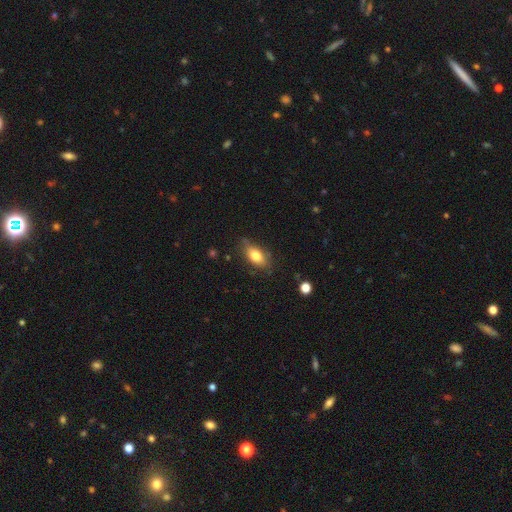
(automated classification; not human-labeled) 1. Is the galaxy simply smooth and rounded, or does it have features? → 76% smooth, 16% featured or disk, 8% star or artifact.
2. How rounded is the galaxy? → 84% in between, 10% cigar-shaped, 6% round.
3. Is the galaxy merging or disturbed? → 72% none, 22% minor disturbance, 4% major disturbance, 2% merger.